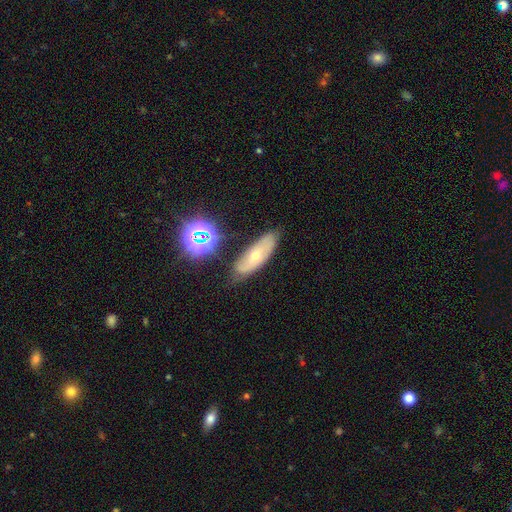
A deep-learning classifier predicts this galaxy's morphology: Overall: featured or disk (48%; smooth 36%). Merging: none (75%).